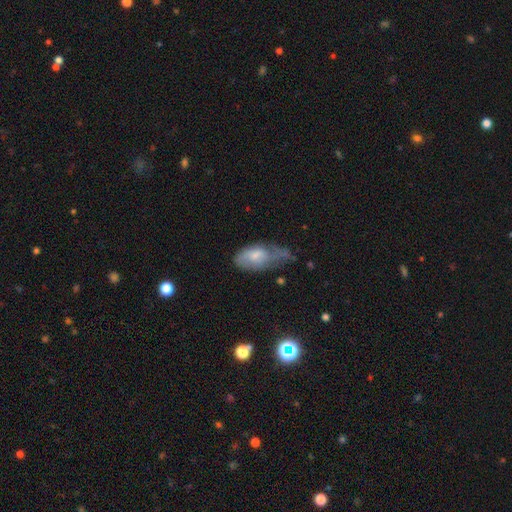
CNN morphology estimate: Smooth or featured?
  - smooth: 58% *
  - featured or disk: 35%
  - star or artifact: 7%
How rounded?
  - in between: 91% *
  - cigar-shaped: 5%
  - round: 4%
Merging?
  - minor disturbance: 38% *
  - major disturbance: 29%
  - none: 28%
  - merger: 5%